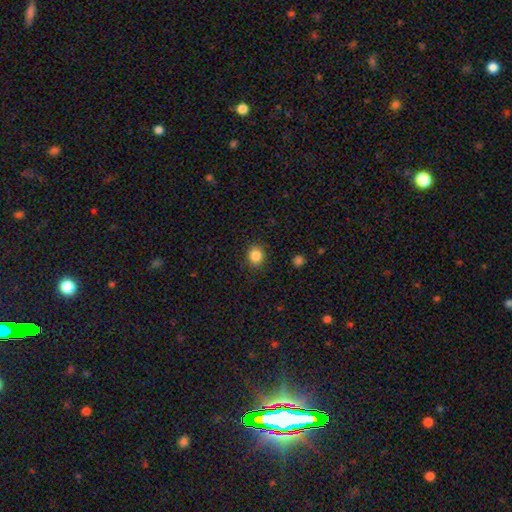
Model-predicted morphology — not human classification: Smooth or featured? Predicted: smooth (p=0.85). How rounded? Predicted: round (p=0.73). Merging? Predicted: none (p=0.89).